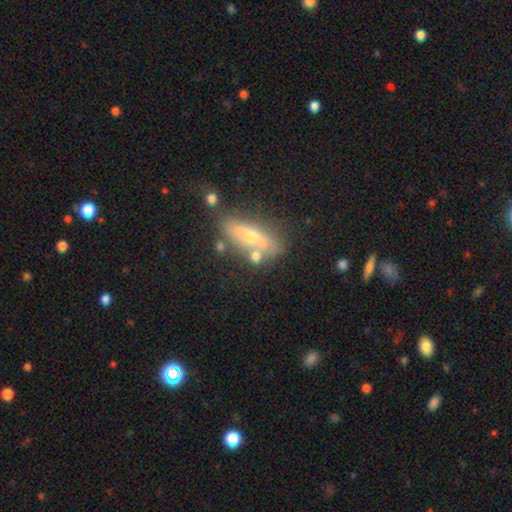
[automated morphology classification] A smooth galaxy with no disk features (47%). Merging: none (57%).